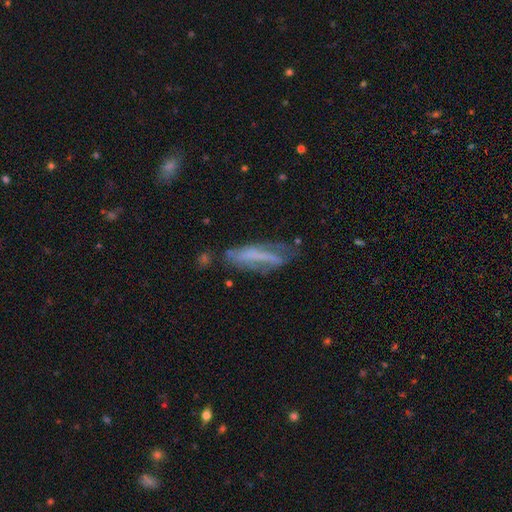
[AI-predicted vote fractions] This appears to be a featured or disk galaxy (45%). Merging: none (49%).